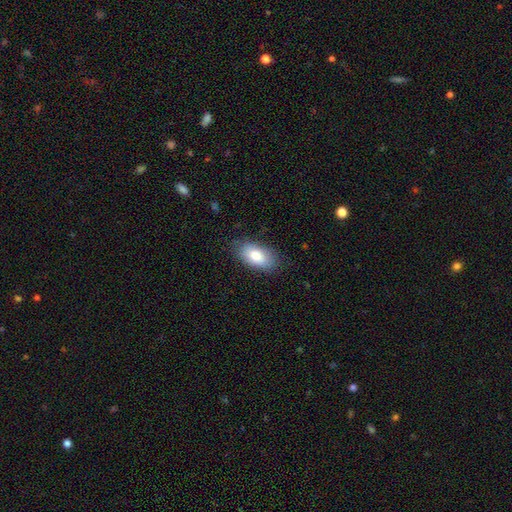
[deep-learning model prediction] Smooth or featured? smooth (81%)
How rounded? in between (93%)
Merging? none (80%)